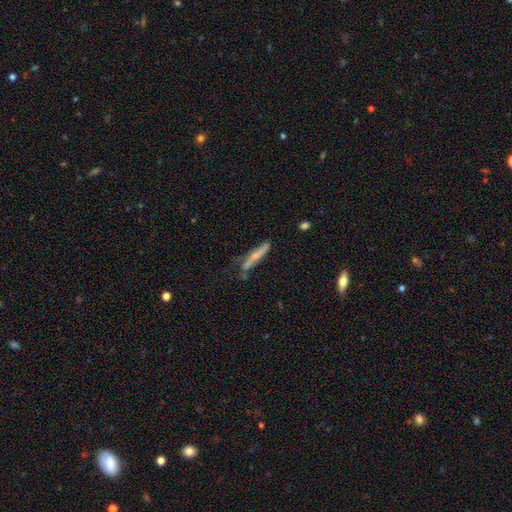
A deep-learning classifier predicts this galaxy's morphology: Smooth or featured? featured or disk (49%)
Merging? none (52%)